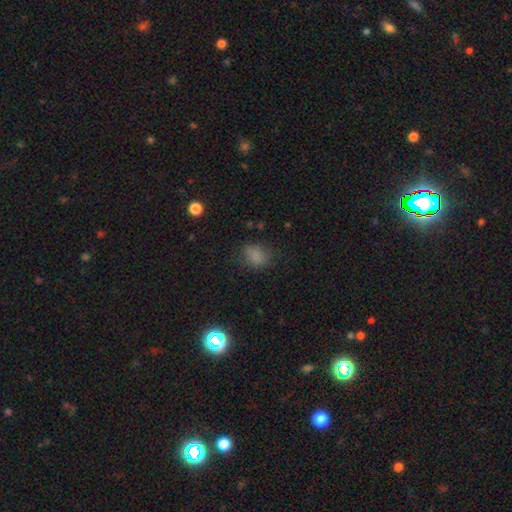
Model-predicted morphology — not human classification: smooth 80%, star or artifact 14%, featured or disk 6%. Down the decision tree: how rounded — in between (61%); merging — none (75%).